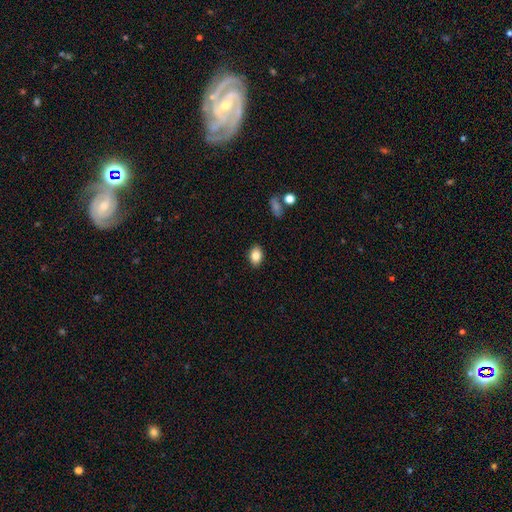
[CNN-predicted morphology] Smooth or featured?
  - smooth: 84% *
  - star or artifact: 8%
  - featured or disk: 7%
How rounded?
  - in between: 82% *
  - round: 16%
  - cigar-shaped: 1%
Merging?
  - none: 88% *
  - minor disturbance: 8%
  - major disturbance: 2%
  - merger: 1%